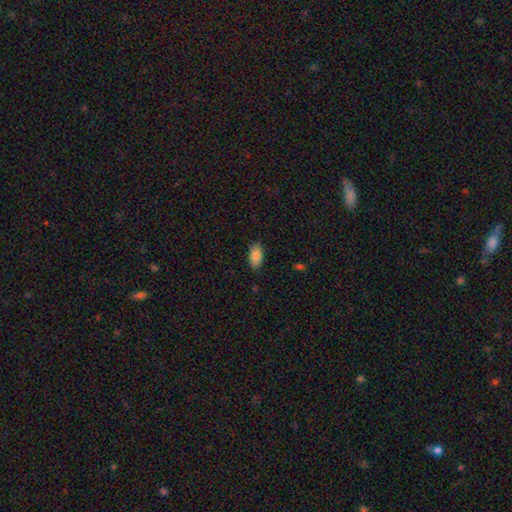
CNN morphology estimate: smooth 83%, featured or disk 10%, star or artifact 7%. Down the decision tree: how rounded — in between (92%); merging — none (86%).